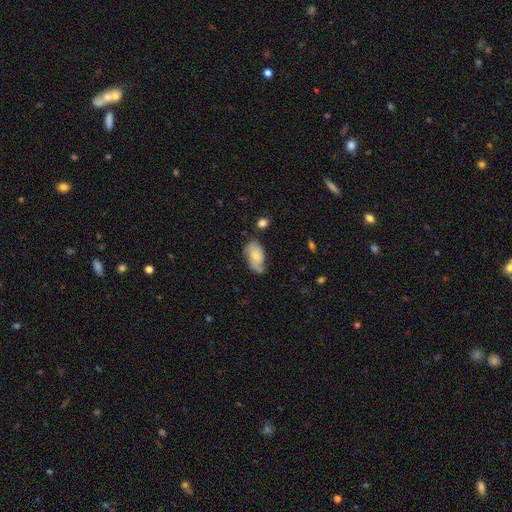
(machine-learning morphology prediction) A smooth galaxy with no disk features (56%) that is in between round and cigar-shaped (92%). Merging: none (47%).